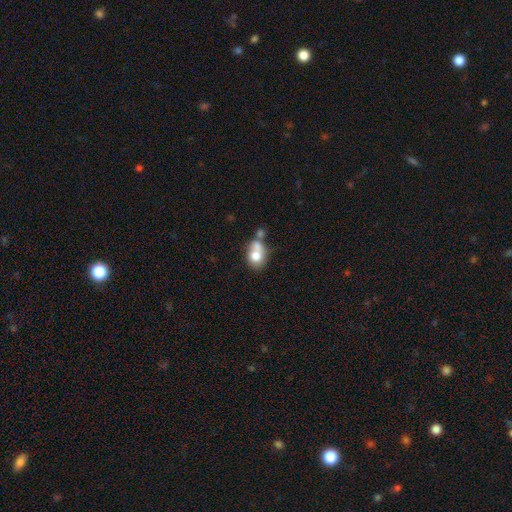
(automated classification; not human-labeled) This is likely a smooth galaxy (70%). How rounded: possibly in between (57%). Merging: possibly merger (50%).